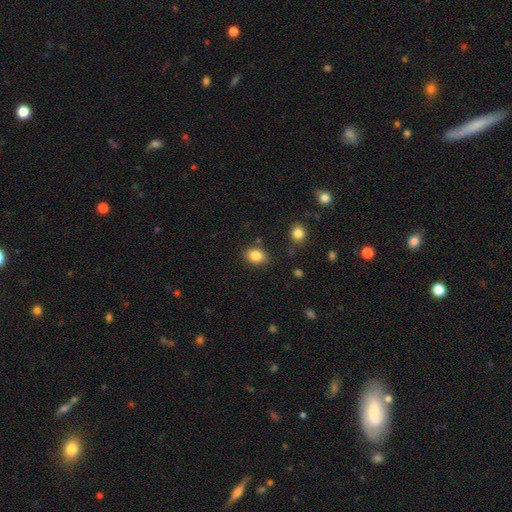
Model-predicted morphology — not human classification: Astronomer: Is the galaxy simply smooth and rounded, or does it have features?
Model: smooth — 84%.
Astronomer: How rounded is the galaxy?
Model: in between — 61% (runner-up: round, 38%).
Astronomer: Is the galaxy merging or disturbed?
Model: none — 81%.